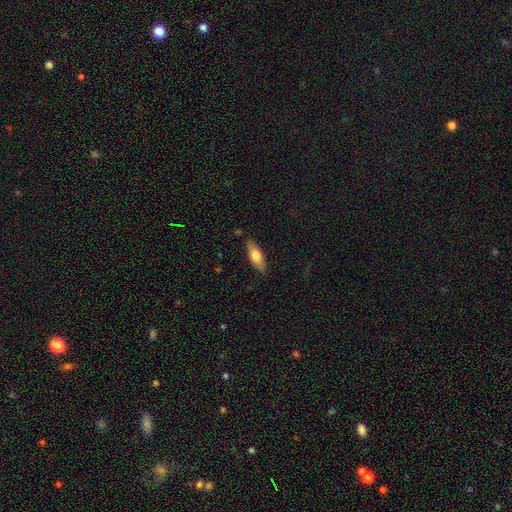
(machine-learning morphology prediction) This is likely a smooth galaxy (67%). How rounded: likely in between (62%). Merging: clearly none (84%).